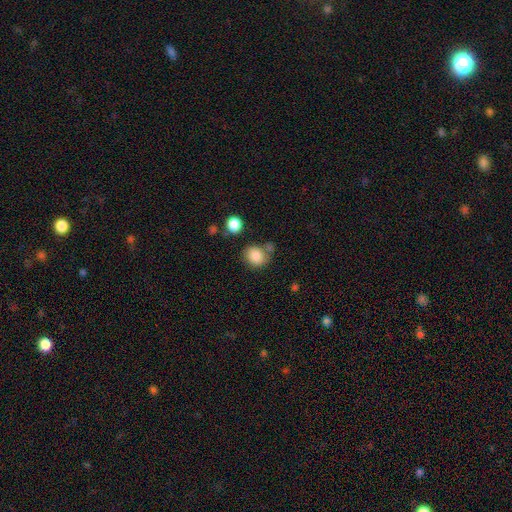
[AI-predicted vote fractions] This is clearly a smooth galaxy (85%). How rounded: likely round (69%). Merging: possibly none (60%).